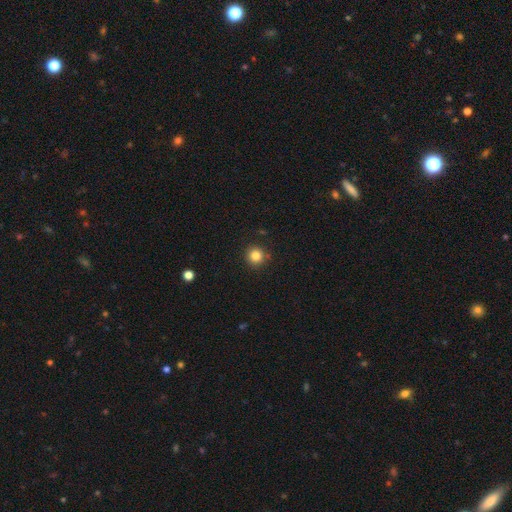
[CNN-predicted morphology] The model was most divided on "smooth or featured": smooth: 83%, star or artifact: 12%, featured or disk: 5%. More confident: how rounded — round (94%); merging — none (89%).